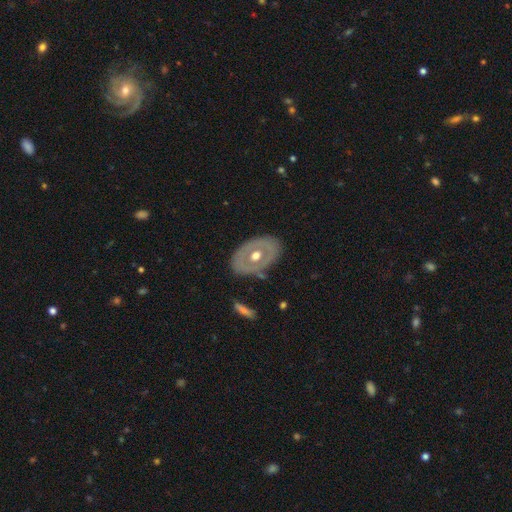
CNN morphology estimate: This is likely a featured or disk galaxy (61%). It is clearly not viewed edge-on (90%). Bar: clearly no (89%). Spiral arm pattern: clearly no (89%). Central bulge: clearly moderate (80%). Merging: likely none (78%).